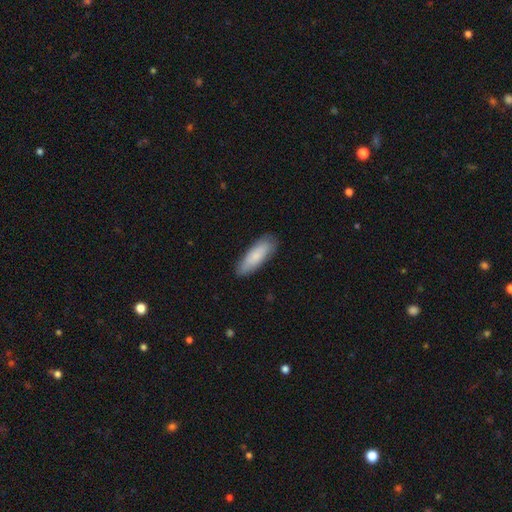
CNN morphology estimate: This is clearly a smooth galaxy (82%). How rounded: possibly in between (51%). Merging: clearly none (83%).